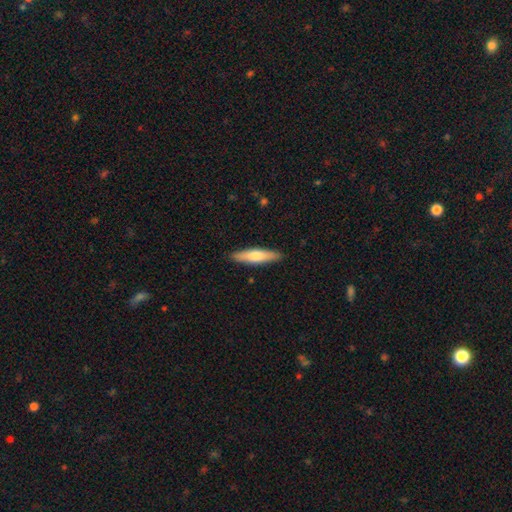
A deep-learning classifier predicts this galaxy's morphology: Overall: smooth (65%; featured or disk 30%). How rounded: cigar-shaped (78%). Merging: none (90%).